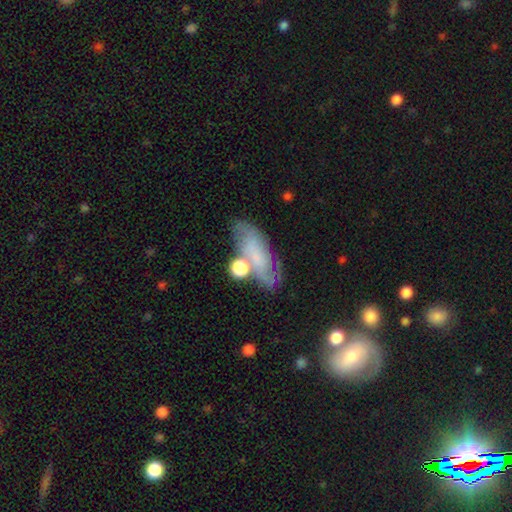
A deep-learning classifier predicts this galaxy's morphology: This is possibly a smooth galaxy (45%, tied with featured or disk). Merging: possibly none (54%).